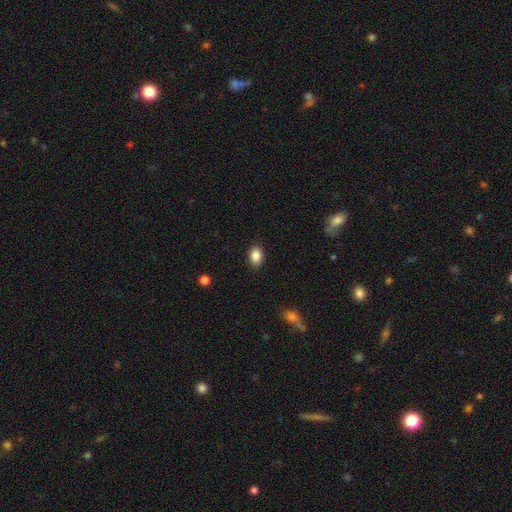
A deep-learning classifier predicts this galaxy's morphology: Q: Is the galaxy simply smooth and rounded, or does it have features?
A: smooth — 86%.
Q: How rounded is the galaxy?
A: in between — 74%.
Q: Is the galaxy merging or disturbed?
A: none — 88%.